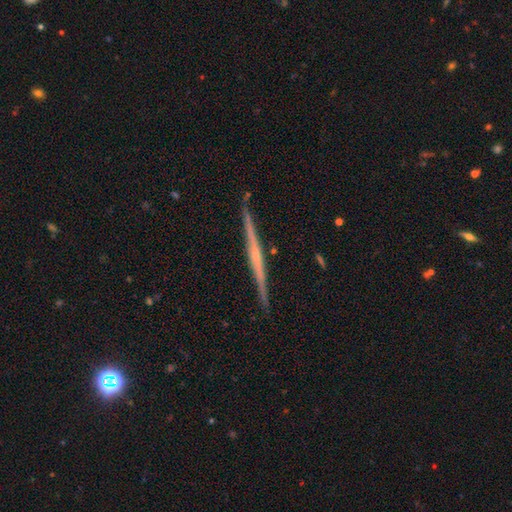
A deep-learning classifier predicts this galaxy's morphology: smooth_or_featured: featured or disk (p=0.75) [alt: smooth p=0.19]
disk_edge_on: yes (p=0.98) [alt: no p=0.02]
edge_on_bulge: none (p=0.54) [alt: rounded p=0.35]
merging: none (p=0.92) [alt: minor disturbance p=0.06]